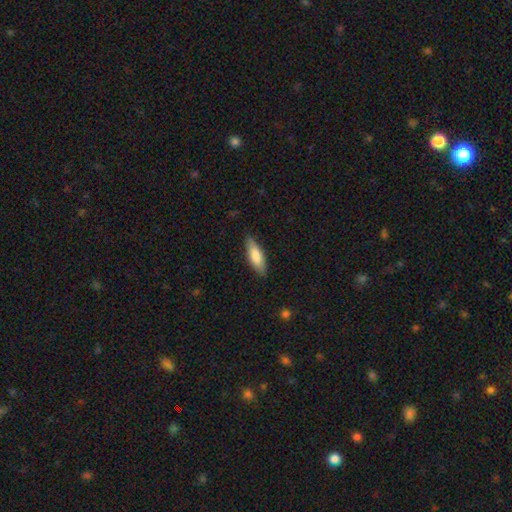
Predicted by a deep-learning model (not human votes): Smooth or featured? smooth (79%)
How rounded? in between (52%)
Merging? none (85%)